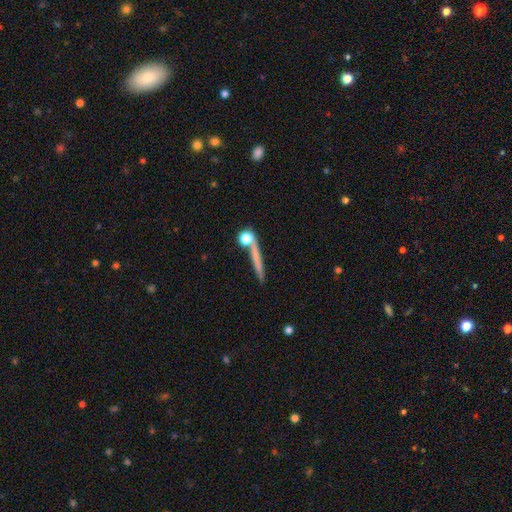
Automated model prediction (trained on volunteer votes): Smooth or featured: smooth — 56% (featured or disk — 33%)
How rounded: cigar-shaped — 75% (round — 18%)
Merging: none — 74% (merger — 11%)